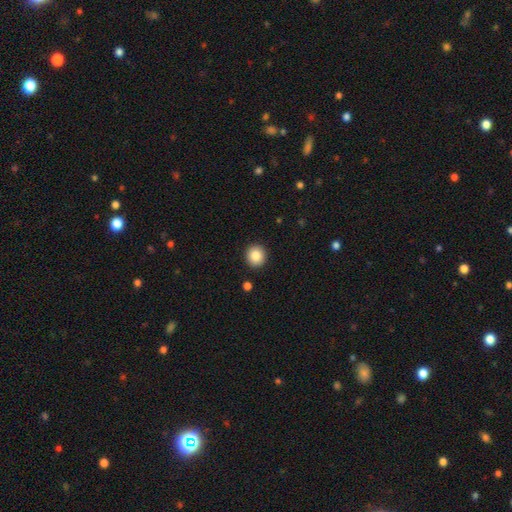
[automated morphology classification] A smooth galaxy with no disk features (87%) that is round (90%).

Vote fractions:
- Smooth or featured? smooth: 87% / star or artifact: 9% / featured or disk: 5%
- How rounded? round: 90% / in between: 9% / cigar-shaped: 1%
- Merging? none: 92% / minor disturbance: 5% / major disturbance: 2% / merger: 1%